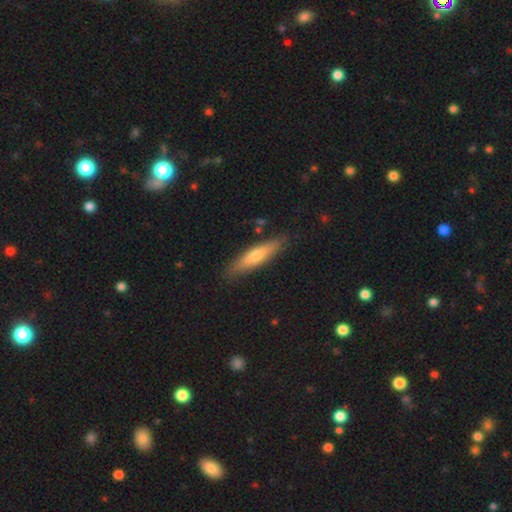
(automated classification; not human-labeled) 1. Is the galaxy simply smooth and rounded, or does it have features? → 56% smooth, 38% featured or disk, 6% star or artifact.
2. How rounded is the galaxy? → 82% cigar-shaped, 16% in between, 2% round.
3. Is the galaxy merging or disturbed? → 87% none, 10% minor disturbance, 2% major disturbance, 2% merger.